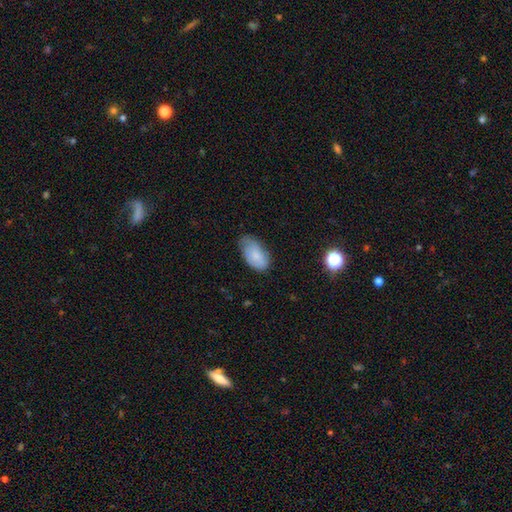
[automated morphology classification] A smooth galaxy with no disk features (77%) that is in between round and cigar-shaped (94%).

Vote fractions:
- Smooth or featured? smooth: 77% / featured or disk: 16% / star or artifact: 7%
- How rounded? in between: 94% / round: 4% / cigar-shaped: 2%
- Merging? none: 53% / minor disturbance: 37% / major disturbance: 8% / merger: 1%